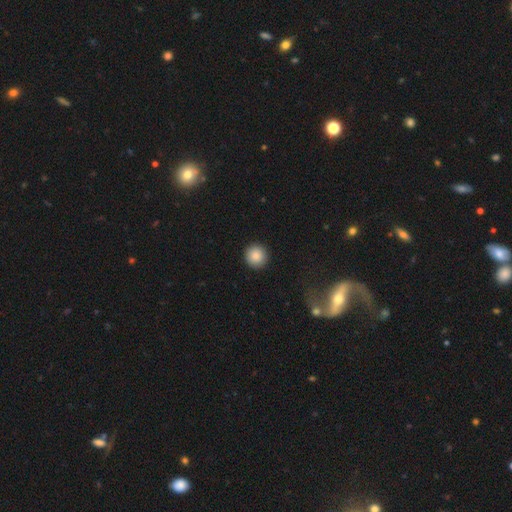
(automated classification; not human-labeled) Smooth or featured?
  - smooth: 87% *
  - star or artifact: 8%
  - featured or disk: 4%
How rounded?
  - round: 95% *
  - in between: 4%
  - cigar-shaped: 1%
Merging?
  - none: 93% *
  - minor disturbance: 4%
  - major disturbance: 2%
  - merger: 1%